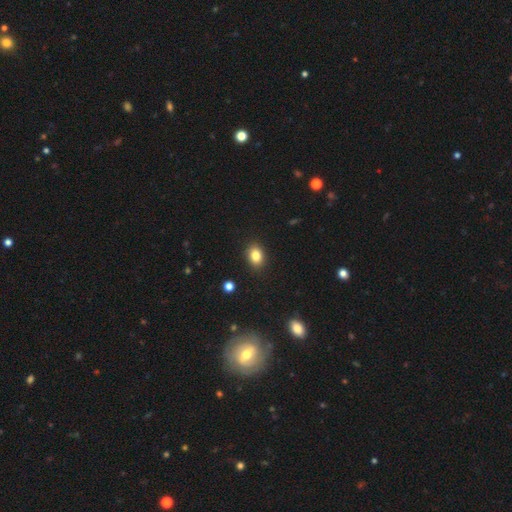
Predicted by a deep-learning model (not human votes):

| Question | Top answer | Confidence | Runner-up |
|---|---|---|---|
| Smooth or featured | smooth | 84% | star or artifact (10%) |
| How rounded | in between | 66% | round (33%) |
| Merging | none | 89% | minor disturbance (8%) |